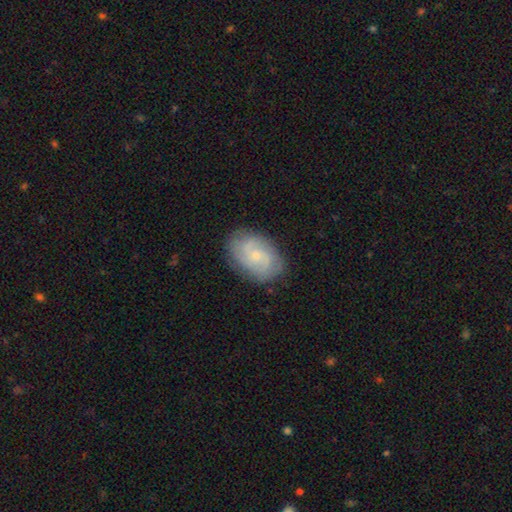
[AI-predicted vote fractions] This appears to be a featured or disk galaxy (66%) with no bar (64%), 2 (46%) tight (44%) spiral arms (92%) and a small central bulge (68%). Merging: none (81%).